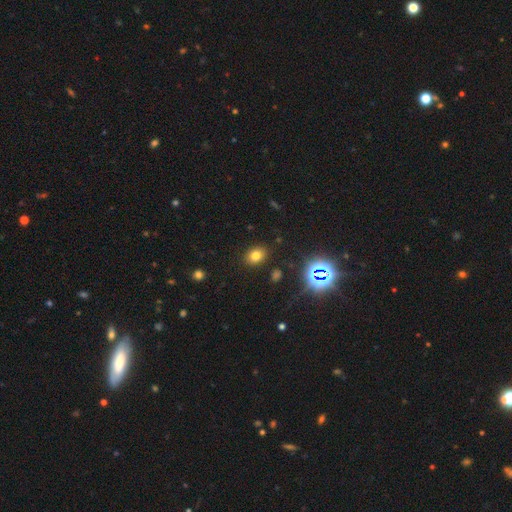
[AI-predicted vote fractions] smooth 73%, star or artifact 18%, featured or disk 8%. Down the decision tree: how rounded — in between (58%); merging — none (87%).